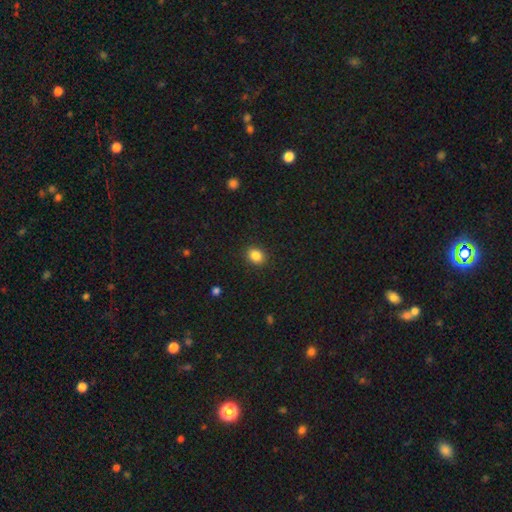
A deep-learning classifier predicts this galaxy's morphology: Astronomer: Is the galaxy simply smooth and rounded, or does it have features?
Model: smooth — 85%.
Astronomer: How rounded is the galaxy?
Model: round — 56% (runner-up: in between, 43%).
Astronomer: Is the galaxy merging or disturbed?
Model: none — 90%.